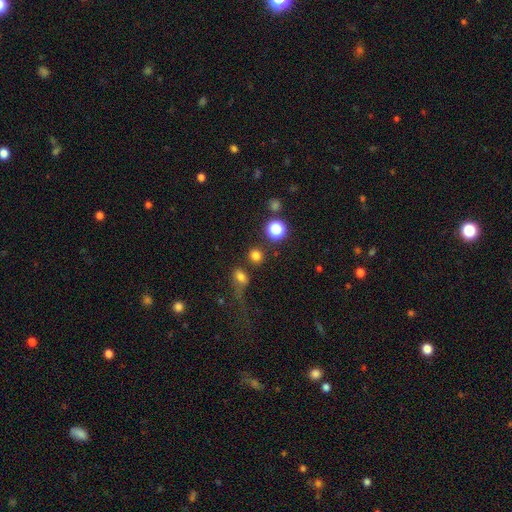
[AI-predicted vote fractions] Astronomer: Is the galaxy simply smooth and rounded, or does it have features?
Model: smooth — 76%.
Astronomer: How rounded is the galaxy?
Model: round — 81%.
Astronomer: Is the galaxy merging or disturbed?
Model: none — 72%.